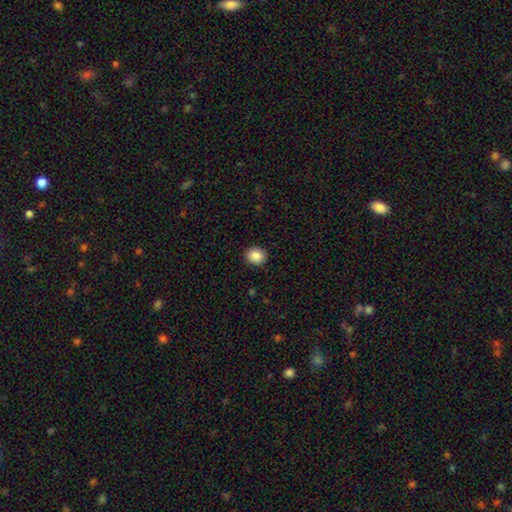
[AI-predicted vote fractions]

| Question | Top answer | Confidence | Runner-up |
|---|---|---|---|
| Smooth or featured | smooth | 87% | star or artifact (9%) |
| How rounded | round | 77% | in between (22%) |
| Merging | none | 91% | minor disturbance (6%) |